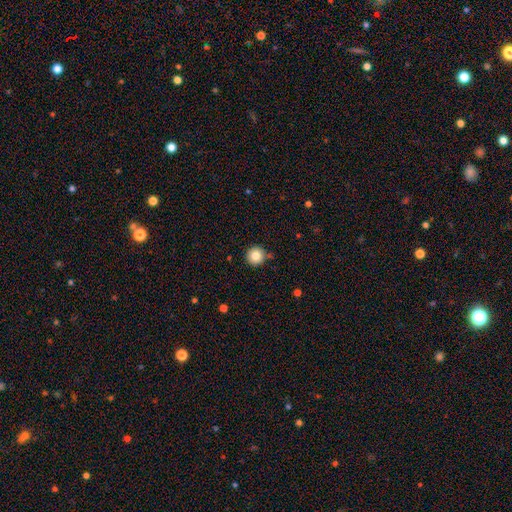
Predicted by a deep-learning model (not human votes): Smooth or featured? Predicted: smooth (p=0.82). How rounded? Predicted: round (p=0.96). Merging? Predicted: none (p=0.87).